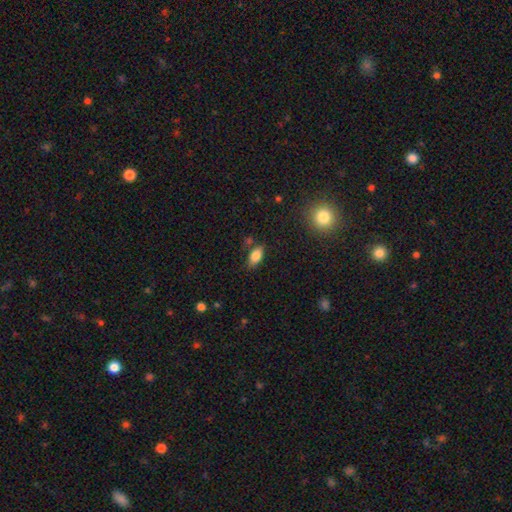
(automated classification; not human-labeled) This is clearly a smooth galaxy (83%). How rounded: clearly in between (89%). Merging: likely none (74%).